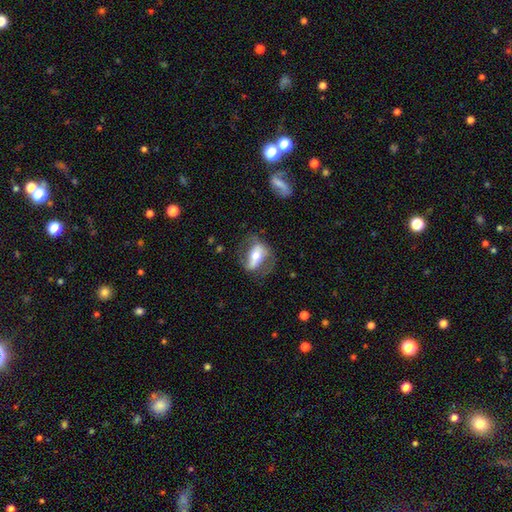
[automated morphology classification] smooth-or-featured: featured or disk: 59% | smooth: 34% | star or artifact: 6%
  disk-edge-on: no: 82% | yes: 18%
  merging: none: 61% | minor disturbance: 21% | major disturbance: 15% | merger: 2%